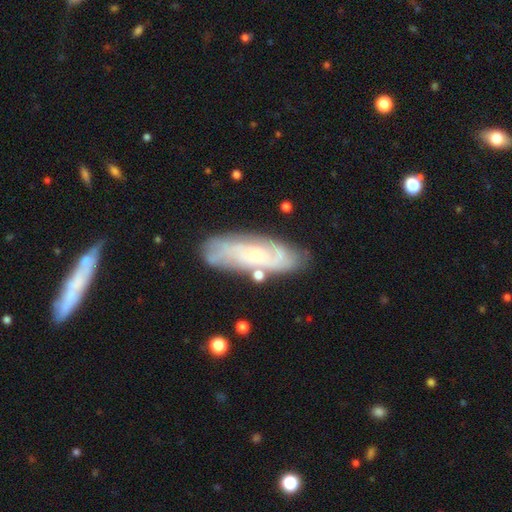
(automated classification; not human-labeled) This is likely a featured or disk galaxy (73%). It is clearly not viewed edge-on (86%). Bar: likely no (70%). Spiral arm pattern: clearly yes (89%). Spiral arm count: possibly can't tell (47%). Spiral winding: possibly tight (58%). Central bulge: likely small (71%). Merging: likely none (75%).